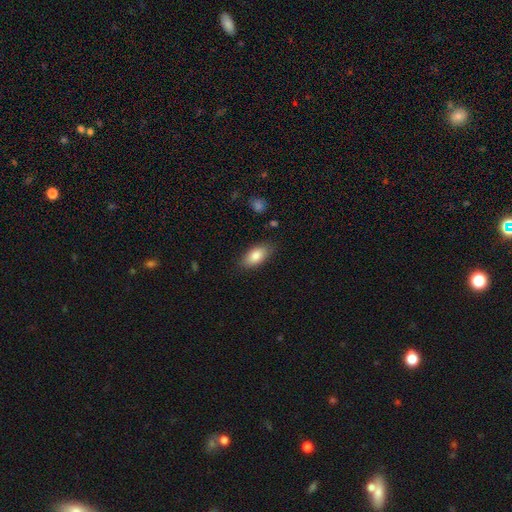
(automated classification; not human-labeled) The model was most divided on "merging": none: 83%, minor disturbance: 12%, major disturbance: 3%, merger: 1%. More confident: how rounded — in between (90%); smooth or featured — smooth (84%).